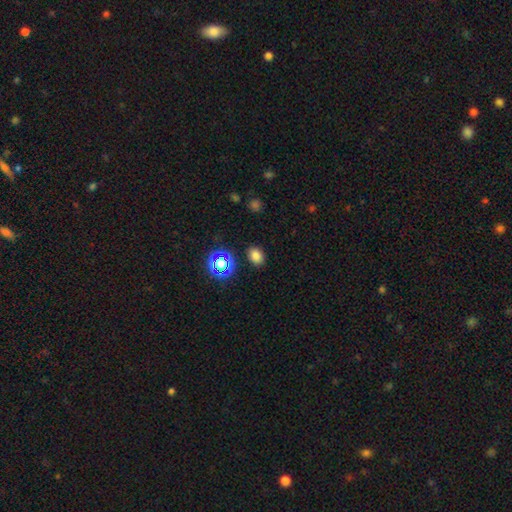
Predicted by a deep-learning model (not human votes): smooth-or-featured: smooth: 75% | star or artifact: 19% | featured or disk: 6%
  how-rounded: in between: 65% | round: 34% | cigar-shaped: 1%
  merging: none: 86% | minor disturbance: 9% | major disturbance: 3% | merger: 2%